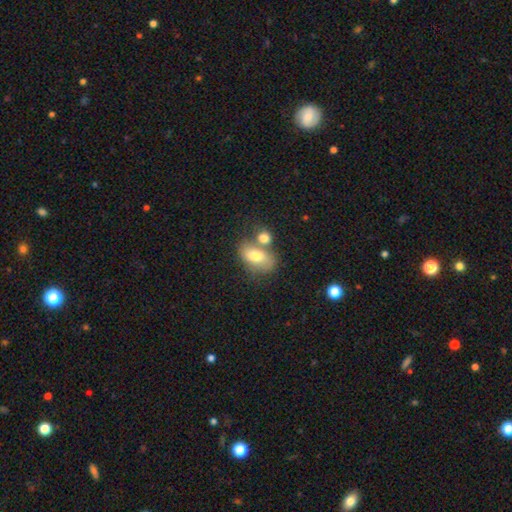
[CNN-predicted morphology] Smooth or featured?
  - smooth: 68% *
  - featured or disk: 24%
  - star or artifact: 9%
How rounded?
  - in between: 82% *
  - round: 16%
  - cigar-shaped: 2%
Merging?
  - merger: 43% *
  - none: 38%
  - minor disturbance: 13%
  - major disturbance: 6%